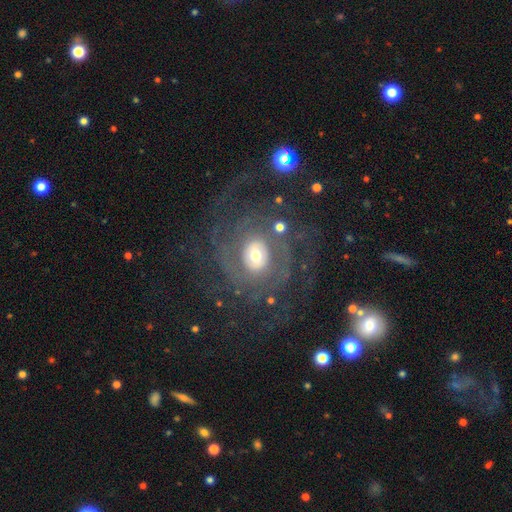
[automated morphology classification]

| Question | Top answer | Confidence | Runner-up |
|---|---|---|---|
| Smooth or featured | featured or disk | 82% | smooth (10%) |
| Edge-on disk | no | 97% | yes (3%) |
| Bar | no | 70% | weak (23%) |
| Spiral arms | yes | 89% | no (11%) |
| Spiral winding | tight | 56% | medium (29%) |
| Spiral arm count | can't tell | 33% | 2 (25%) |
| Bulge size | moderate | 56% | small (27%) |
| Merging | none | 67% | major disturbance (17%) |